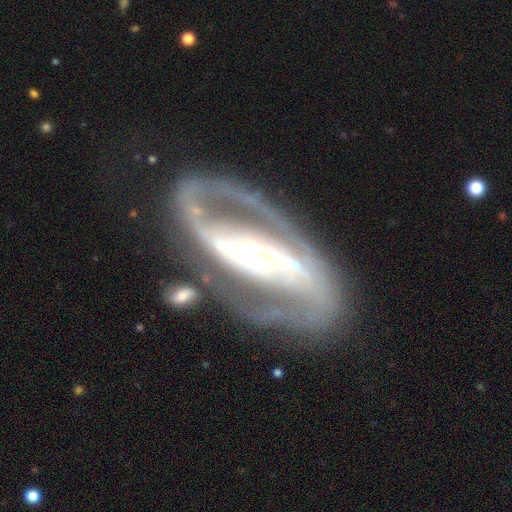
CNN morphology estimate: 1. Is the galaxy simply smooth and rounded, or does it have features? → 92% featured or disk, 4% smooth, 4% star or artifact.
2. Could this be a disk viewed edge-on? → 95% no, 5% yes.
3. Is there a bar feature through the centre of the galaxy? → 65% strong, 20% weak, 15% no.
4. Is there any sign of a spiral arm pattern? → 95% yes, 5% no.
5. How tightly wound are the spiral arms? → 54% medium, 28% tight, 18% loose.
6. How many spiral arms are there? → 92% 2, 3% can't tell, 2% 1, 1% 3, 1% 4, 1% more than 4.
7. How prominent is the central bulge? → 58% moderate, 24% small, 14% large, 2% dominant, 1% none.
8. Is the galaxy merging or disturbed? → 76% none, 13% minor disturbance, 8% major disturbance, 3% merger.